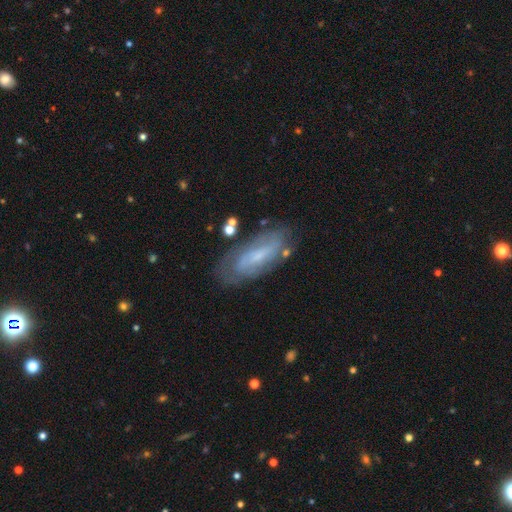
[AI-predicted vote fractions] Smooth or featured: featured or disk — 66% (smooth — 23%)
Edge-on disk: no — 86% (yes — 14%)
Bar: weak — 45% (no — 39%)
Spiral arms: yes — 84% (no — 16%)
Bulge size: small — 62% (moderate — 26%)
Merging: none — 77% (minor disturbance — 15%)